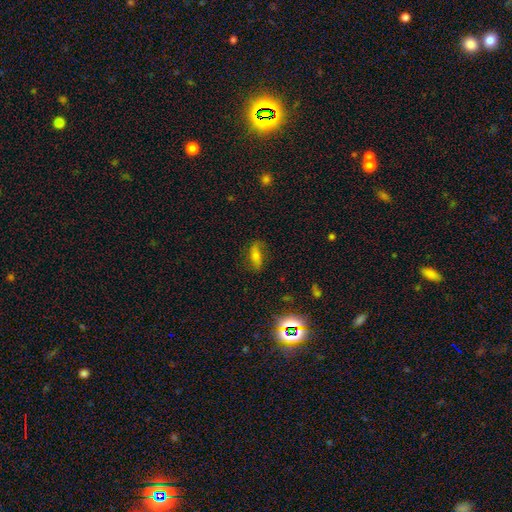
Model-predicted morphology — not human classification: A smooth galaxy with no disk features (52%) that is in between round and cigar-shaped (72%).

Vote fractions:
- Smooth or featured? smooth: 52% / featured or disk: 31% / star or artifact: 18%
- How rounded? in between: 72% / cigar-shaped: 22% / round: 6%
- Merging? none: 68% / minor disturbance: 21% / major disturbance: 9% / merger: 2%